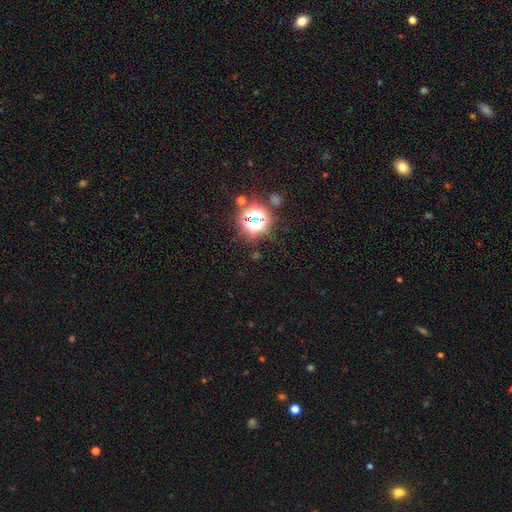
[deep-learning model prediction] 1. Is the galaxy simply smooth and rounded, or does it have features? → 73% star or artifact, 19% smooth, 8% featured or disk.